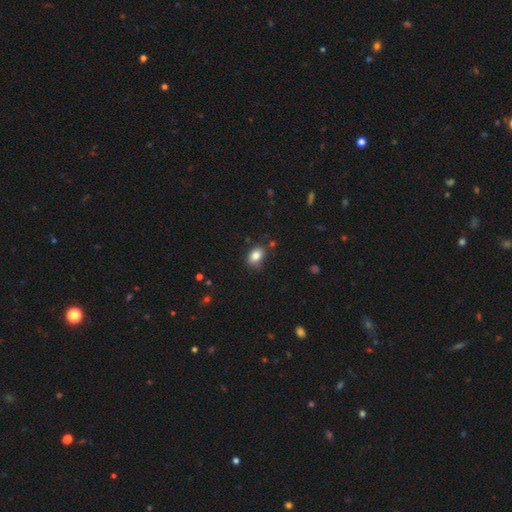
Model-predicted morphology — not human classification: A smooth galaxy with no disk features (83%) that is in between round and cigar-shaped (77%).

Vote fractions:
- Smooth or featured? smooth: 83% / star or artifact: 9% / featured or disk: 7%
- How rounded? in between: 77% / round: 21% / cigar-shaped: 1%
- Merging? none: 73% / minor disturbance: 20% / major disturbance: 4% / merger: 3%